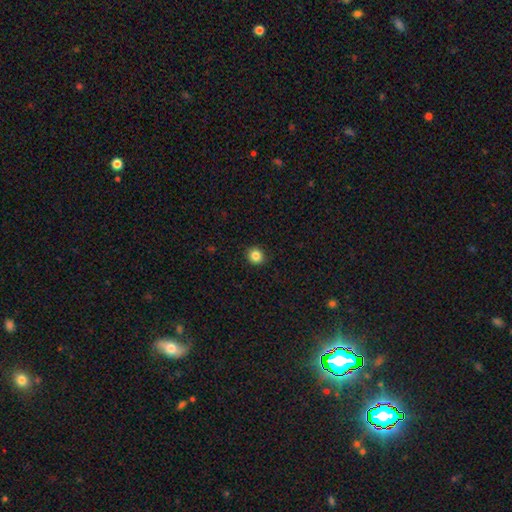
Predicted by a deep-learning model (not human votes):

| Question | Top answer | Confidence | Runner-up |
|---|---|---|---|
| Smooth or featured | smooth | 85% | star or artifact (11%) |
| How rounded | round | 88% | in between (11%) |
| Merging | none | 91% | minor disturbance (6%) |